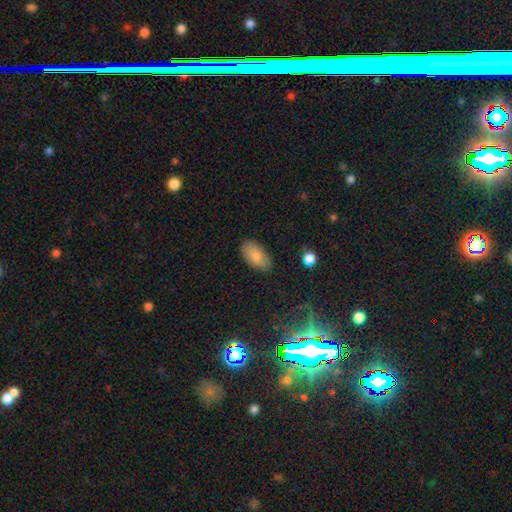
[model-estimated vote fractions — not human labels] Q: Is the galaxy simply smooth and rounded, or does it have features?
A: smooth — 85%.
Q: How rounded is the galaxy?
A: in between — 94%.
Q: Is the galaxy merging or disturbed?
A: none — 83%.